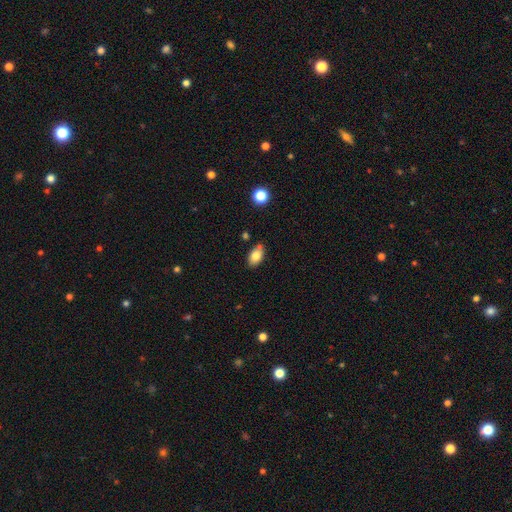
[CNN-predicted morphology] Smooth or featured: smooth — 80% (featured or disk — 12%)
How rounded: in between — 91% (round — 6%)
Merging: none — 77% (minor disturbance — 16%)